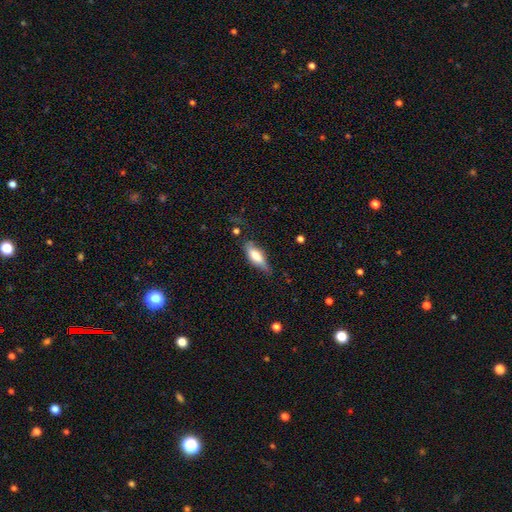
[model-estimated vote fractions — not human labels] Smooth or featured: smooth — 69% (featured or disk — 24%)
How rounded: in between — 63% (cigar-shaped — 35%)
Merging: none — 62% (minor disturbance — 28%)